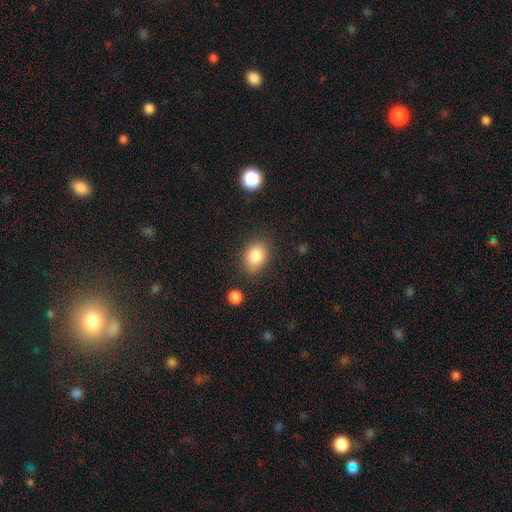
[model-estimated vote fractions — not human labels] This appears to be a smooth galaxy with no disk features (85%) that is in between round and cigar-shaped (74%). Merging: none (77%).